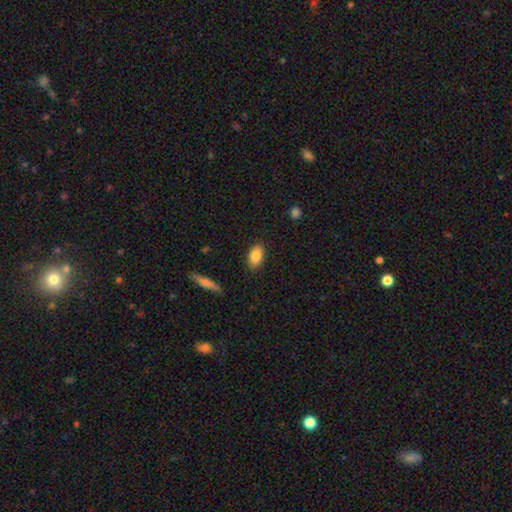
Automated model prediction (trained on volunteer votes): Smooth or featured? smooth (86%)
How rounded? in between (90%)
Merging? none (87%)